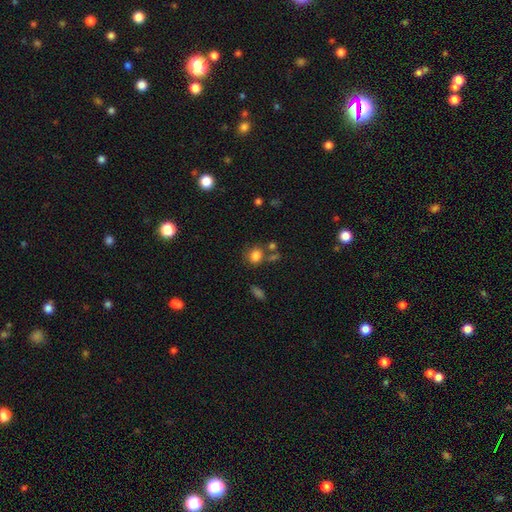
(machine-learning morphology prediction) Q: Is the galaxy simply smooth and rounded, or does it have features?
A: smooth — 82%.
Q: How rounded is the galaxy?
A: round — 71%.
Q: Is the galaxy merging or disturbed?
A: none — 65%.